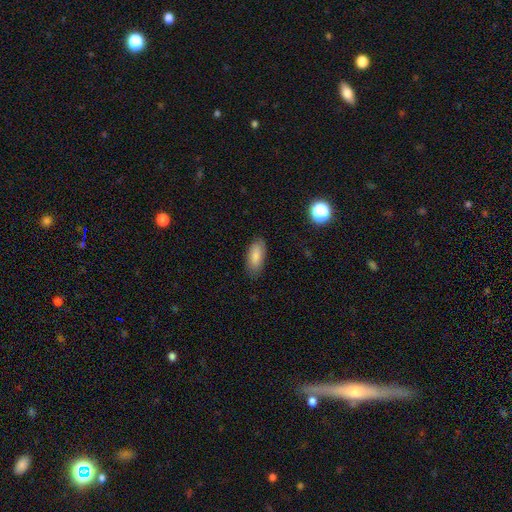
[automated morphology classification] type=smooth (85%); roundness=in between (86%); merging=none (84%).